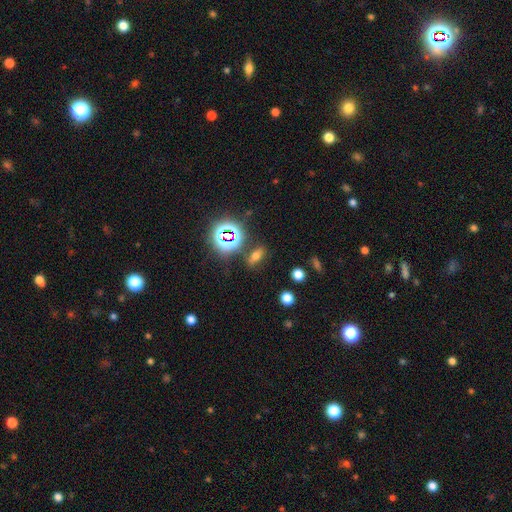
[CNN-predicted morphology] Q: Smooth or featured?
A: smooth (55%); runner-up: star or artifact (31%)
Q: How rounded?
A: in between (72%); runner-up: round (16%)
Q: Merging?
A: none (78%); runner-up: minor disturbance (12%)